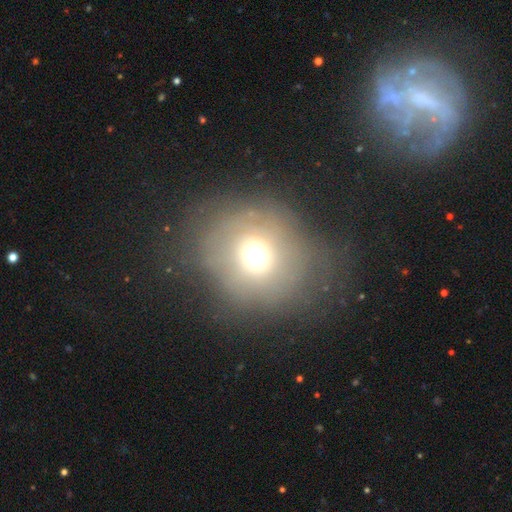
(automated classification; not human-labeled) This appears to be a smooth galaxy with no disk features (59%) that is round (88%). Merging: none (63%).